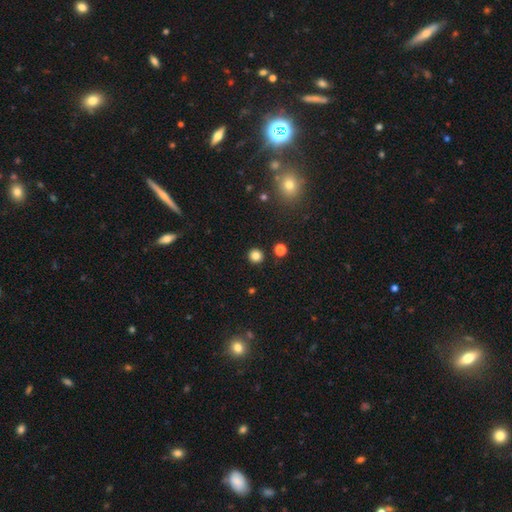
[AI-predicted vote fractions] smooth-or-featured: smooth: 83% | star or artifact: 13% | featured or disk: 5%
  how-rounded: round: 94% | in between: 5% | cigar-shaped: 1%
  merging: none: 91% | minor disturbance: 5% | merger: 2% | major disturbance: 2%